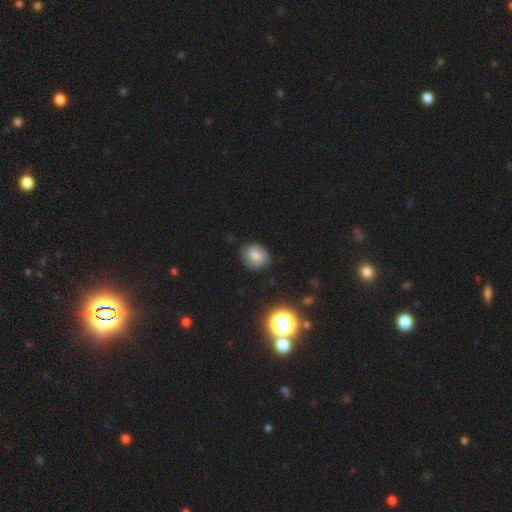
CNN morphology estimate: type=smooth (57%); roundness=round (56%); merging=none (76%).